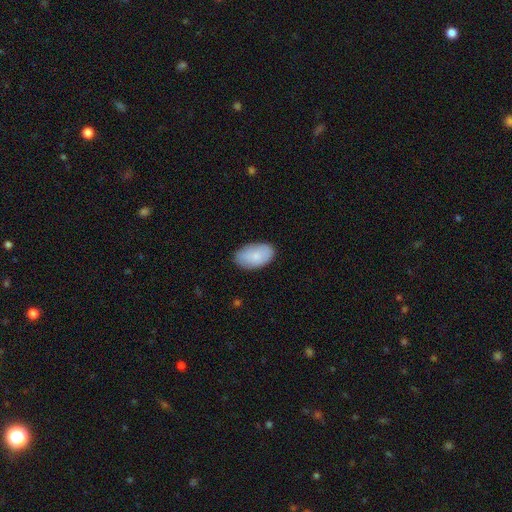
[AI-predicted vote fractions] This is clearly a smooth galaxy (82%). How rounded: clearly in between (94%). Merging: clearly none (83%).